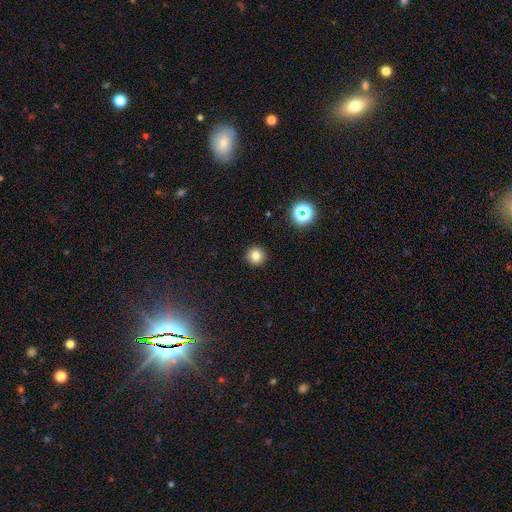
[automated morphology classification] Q: Smooth or featured?
A: smooth (79%); runner-up: star or artifact (14%)
Q: How rounded?
A: round (93%); runner-up: in between (6%)
Q: Merging?
A: none (92%); runner-up: minor disturbance (5%)